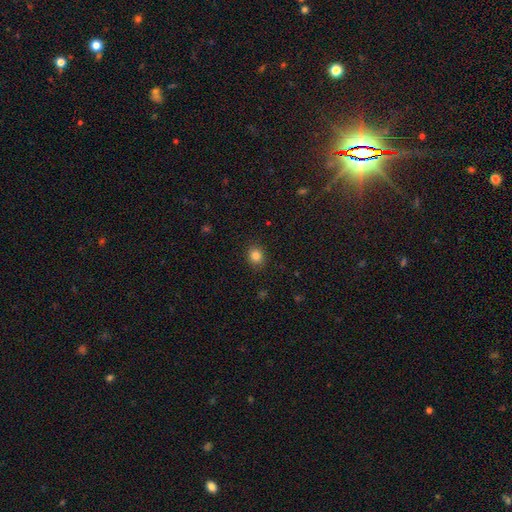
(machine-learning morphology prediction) A smooth galaxy with no disk features (83%) that is round (65%). Merging: none (89%).